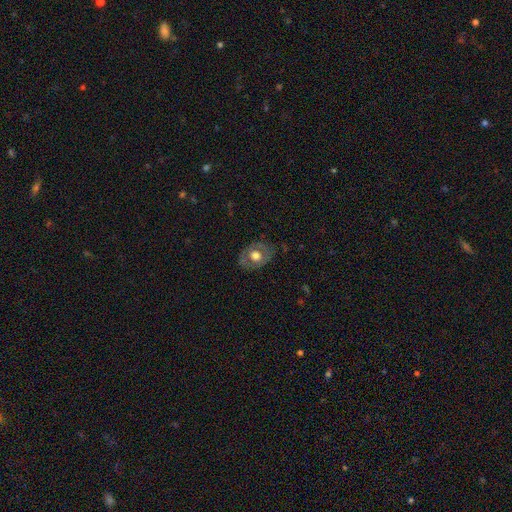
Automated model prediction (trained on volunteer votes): smooth-or-featured: smooth: 48% | featured or disk: 44% | star or artifact: 7%
  merging: none: 75% | minor disturbance: 18% | major disturbance: 6% | merger: 1%